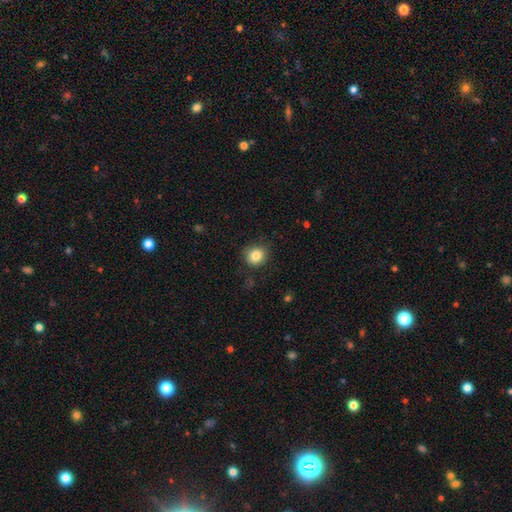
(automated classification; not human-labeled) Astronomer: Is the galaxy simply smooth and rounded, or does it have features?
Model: smooth — 84%.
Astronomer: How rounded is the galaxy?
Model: round — 78%.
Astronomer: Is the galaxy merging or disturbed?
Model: none — 80%.